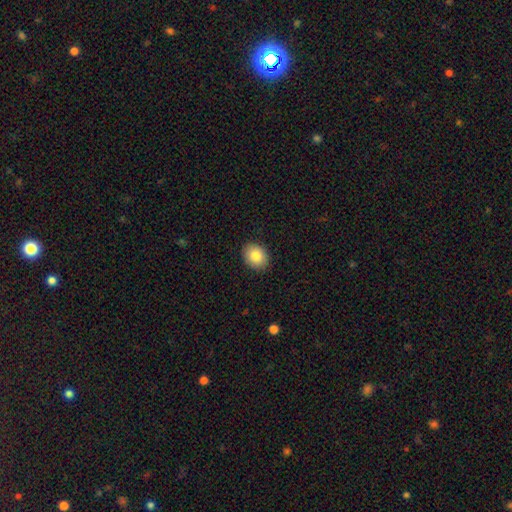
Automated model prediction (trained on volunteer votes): The model was most divided on "how rounded": in between: 53%, round: 46%, cigar-shaped: 1%. More confident: merging — none (90%); smooth or featured — smooth (85%).